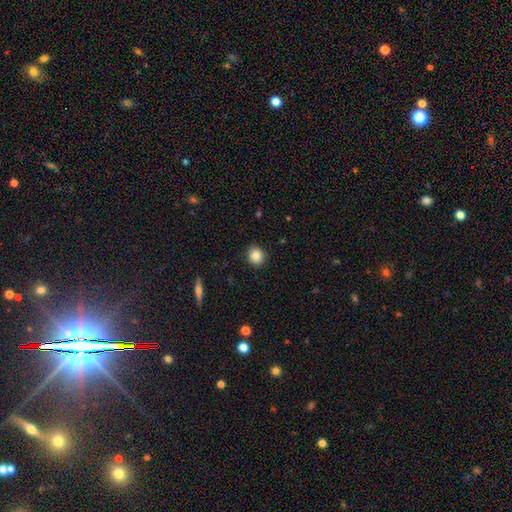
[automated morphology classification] This is clearly a smooth galaxy (84%). How rounded: clearly round (82%). Merging: clearly none (91%).